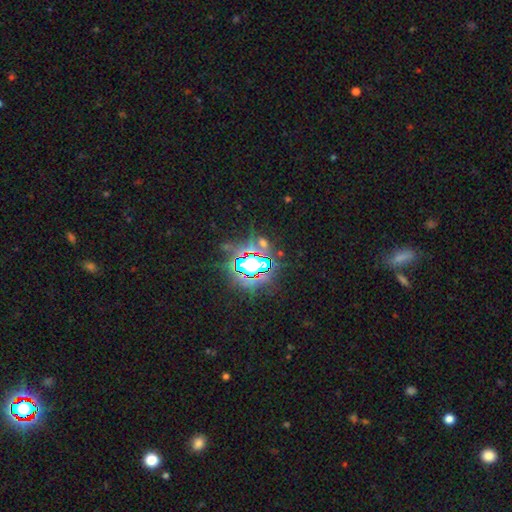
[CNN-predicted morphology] type=star or artifact (80%).